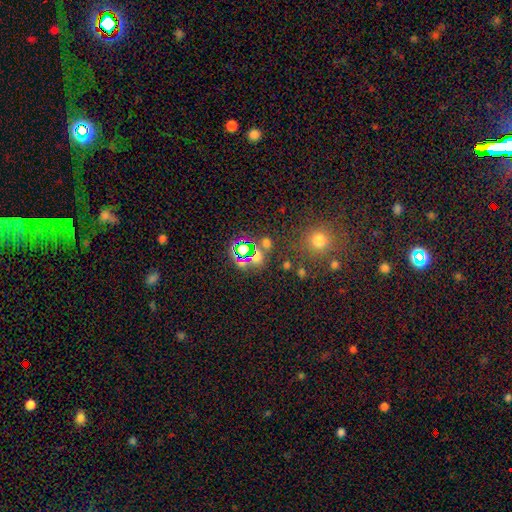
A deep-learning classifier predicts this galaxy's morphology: star or artifact 51%, smooth 40%, featured or disk 9%.